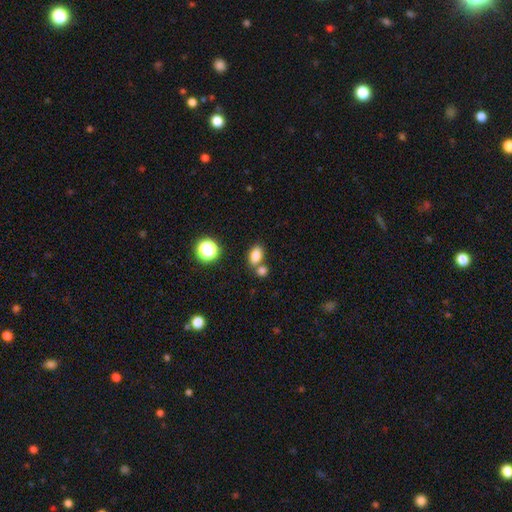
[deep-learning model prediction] Smooth or featured? Predicted: smooth (p=0.81). How rounded? Predicted: in between (p=0.82). Merging? Predicted: none (p=0.57).